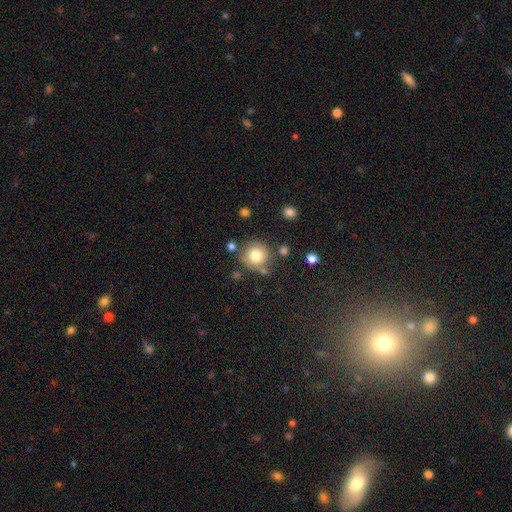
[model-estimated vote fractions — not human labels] This is likely a smooth galaxy (79%). How rounded: clearly round (92%). Merging: likely none (73%).